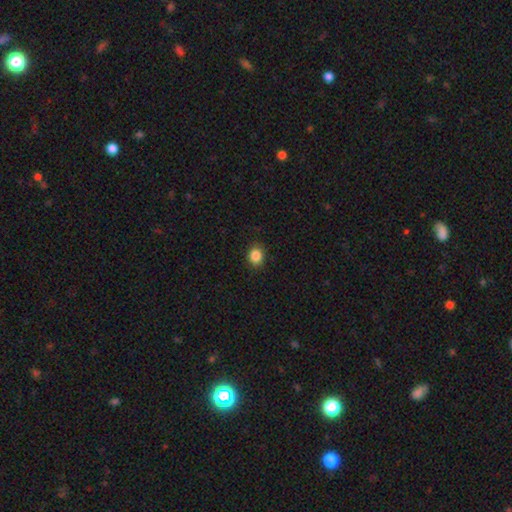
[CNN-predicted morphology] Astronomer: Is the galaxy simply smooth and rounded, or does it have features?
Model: smooth — 86%.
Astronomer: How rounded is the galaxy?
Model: round — 70%.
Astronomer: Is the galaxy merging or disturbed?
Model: none — 88%.